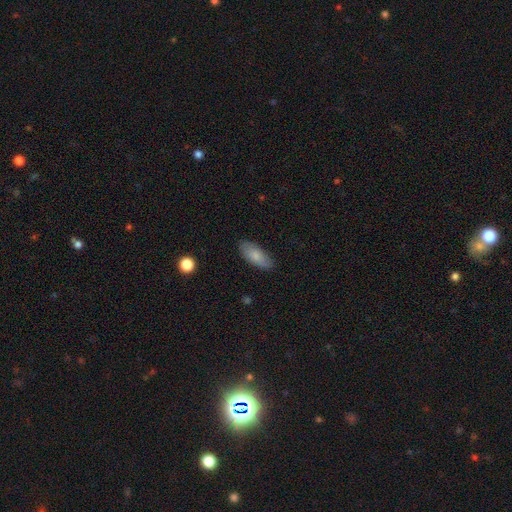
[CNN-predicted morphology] A smooth galaxy with no disk features (81%) that is in between round and cigar-shaped (82%).

Vote fractions:
- Smooth or featured? smooth: 81% / featured or disk: 13% / star or artifact: 6%
- How rounded? in between: 82% / cigar-shaped: 15% / round: 2%
- Merging? none: 84% / minor disturbance: 13% / major disturbance: 3% / merger: 1%